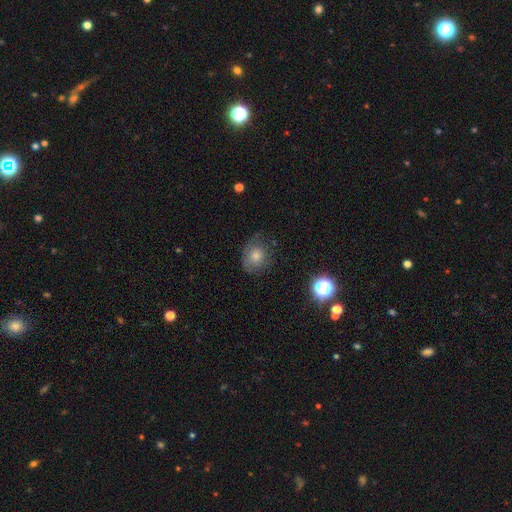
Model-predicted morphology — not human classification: Smooth or featured?
  - smooth: 54% *
  - featured or disk: 29%
  - star or artifact: 17%
How rounded?
  - round: 68% *
  - in between: 31%
  - cigar-shaped: 1%
Merging?
  - none: 68% *
  - minor disturbance: 22%
  - major disturbance: 9%
  - merger: 1%